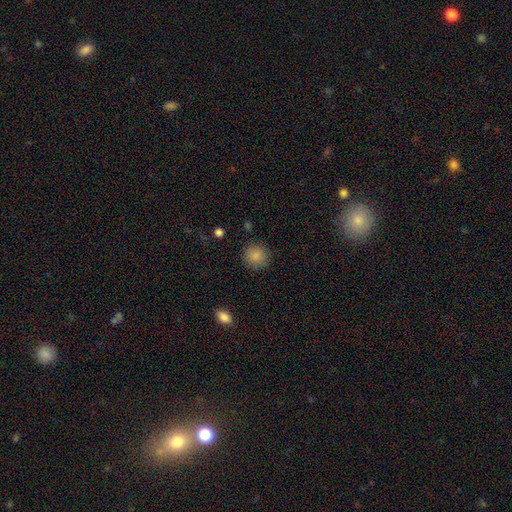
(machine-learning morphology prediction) smooth-or-featured: smooth: 86% | star or artifact: 9% | featured or disk: 4%
  how-rounded: round: 90% | in between: 9% | cigar-shaped: 1%
  merging: none: 87% | minor disturbance: 8% | major disturbance: 3% | merger: 1%